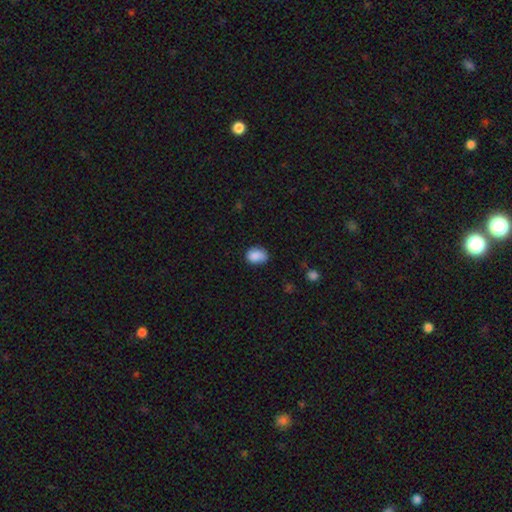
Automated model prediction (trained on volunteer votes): This is clearly a smooth galaxy (87%). How rounded: likely in between (69%). Merging: likely none (67%).